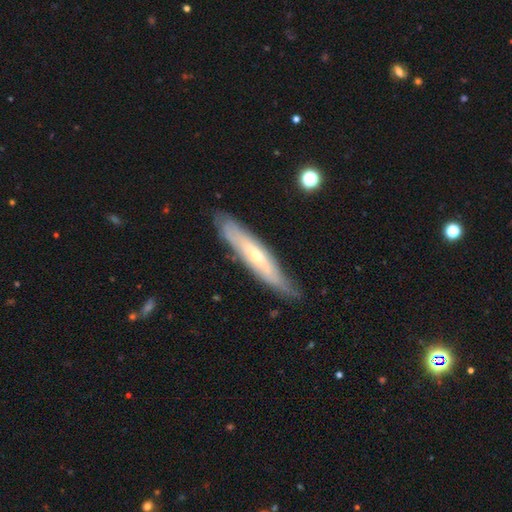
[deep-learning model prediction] Smooth or featured? Predicted: featured or disk (p=0.64). Edge-on disk? Predicted: yes (p=0.62). Merging? Predicted: none (p=0.79).